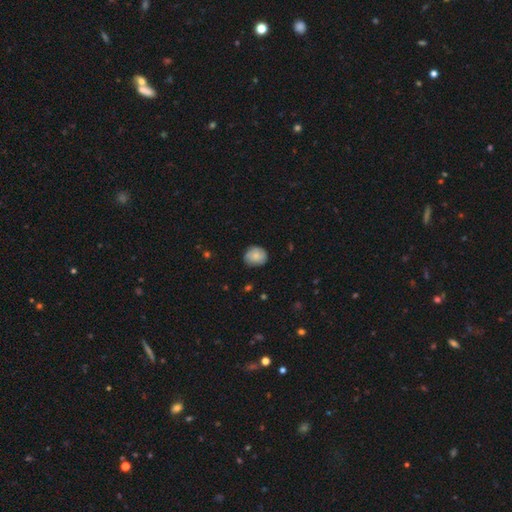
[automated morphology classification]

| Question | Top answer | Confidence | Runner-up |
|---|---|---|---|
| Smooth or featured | smooth | 77% | featured or disk (16%) |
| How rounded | round | 69% | in between (30%) |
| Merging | none | 77% | minor disturbance (19%) |